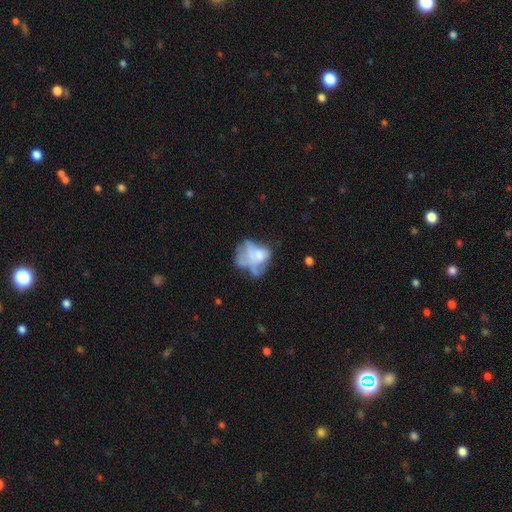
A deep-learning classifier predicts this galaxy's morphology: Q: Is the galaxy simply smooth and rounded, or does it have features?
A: featured or disk — 44%, tied with smooth.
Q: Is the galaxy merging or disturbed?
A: major disturbance — 36%.